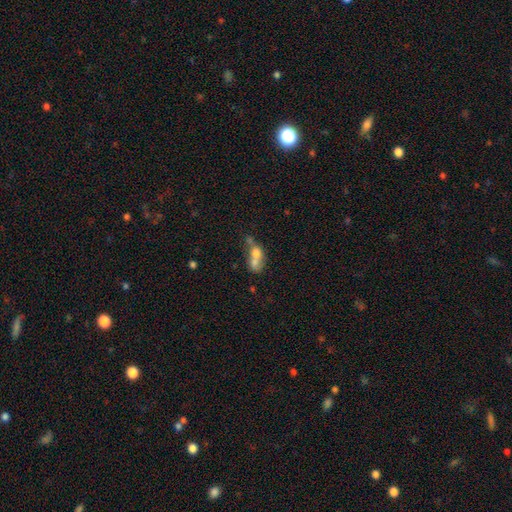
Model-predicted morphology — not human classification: smooth 62%, featured or disk 26%, star or artifact 11%. Down the decision tree: how rounded — in between (54%); merging — merger (70%).